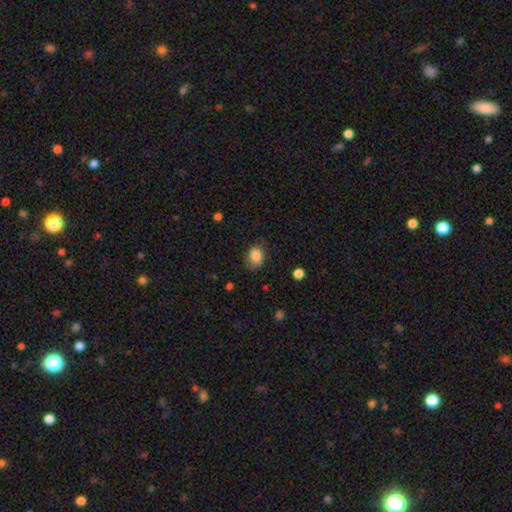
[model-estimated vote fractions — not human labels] Smooth or featured? Predicted: smooth (p=0.86). How rounded? Predicted: in between (p=0.56). Merging? Predicted: none (p=0.74).